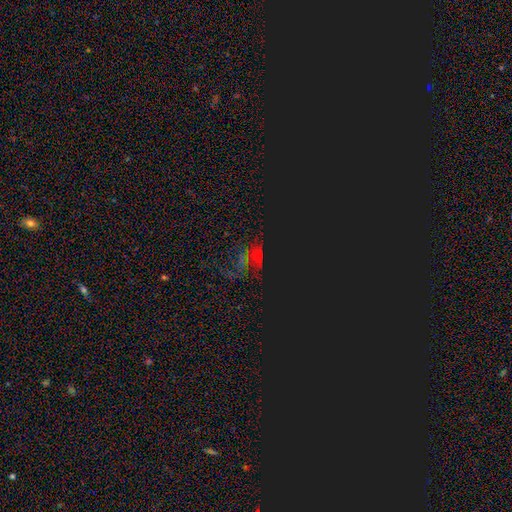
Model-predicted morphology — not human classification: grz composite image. It shows a star or artifact, not a galaxy (66%).